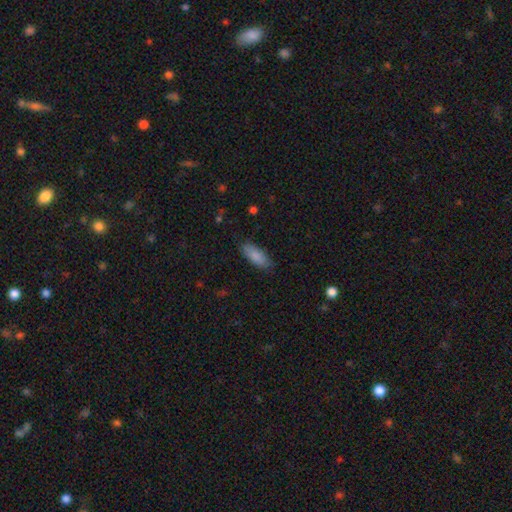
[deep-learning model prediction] The model was most divided on "how rounded": in between: 77%, cigar-shaped: 21%, round: 2%. More confident: smooth or featured — smooth (87%); merging — none (85%).